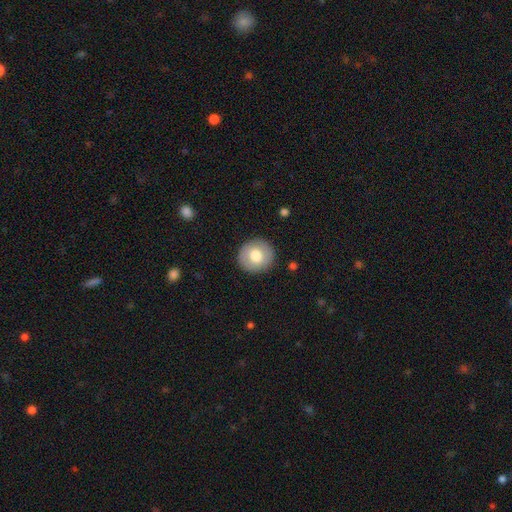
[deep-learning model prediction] Smooth or featured? Predicted: smooth (p=0.74). How rounded? Predicted: round (p=0.91). Merging? Predicted: none (p=0.90).